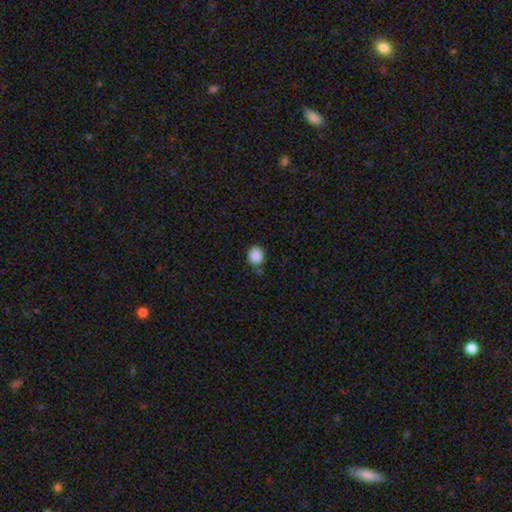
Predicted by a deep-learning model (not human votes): smooth_or_featured: smooth (p=0.88) [alt: star or artifact p=0.09]
how_rounded: round (p=0.75) [alt: in between p=0.24]
merging: none (p=0.71) [alt: minor disturbance p=0.18]